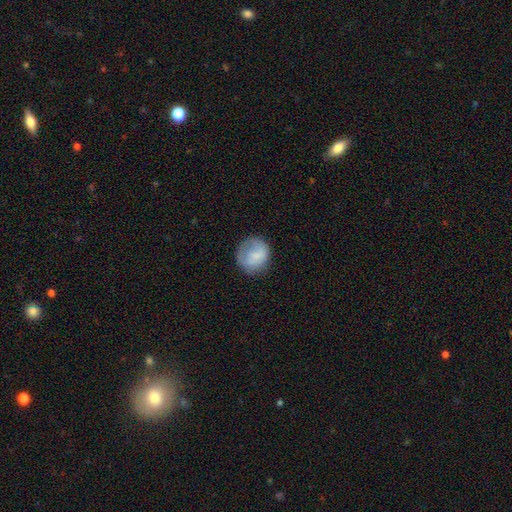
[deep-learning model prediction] A smooth galaxy with no disk features (78%) that is round (85%).

Vote fractions:
- Smooth or featured? smooth: 78% / featured or disk: 15% / star or artifact: 7%
- How rounded? round: 85% / in between: 14% / cigar-shaped: 1%
- Merging? none: 67% / minor disturbance: 21% / major disturbance: 11% / merger: 1%